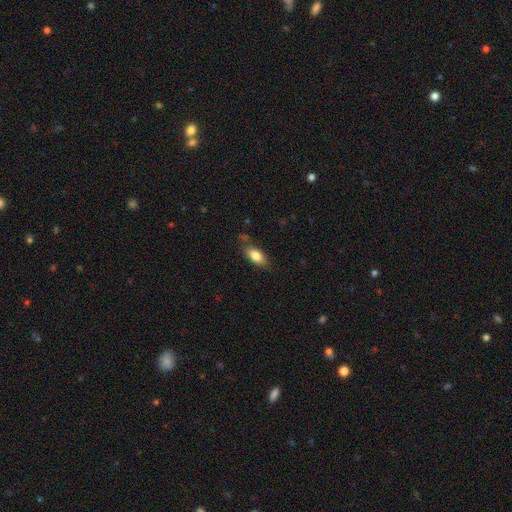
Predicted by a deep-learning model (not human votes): Q: Smooth or featured?
A: smooth (81%); runner-up: featured or disk (12%)
Q: How rounded?
A: in between (85%); runner-up: cigar-shaped (10%)
Q: Merging?
A: none (71%); runner-up: minor disturbance (20%)